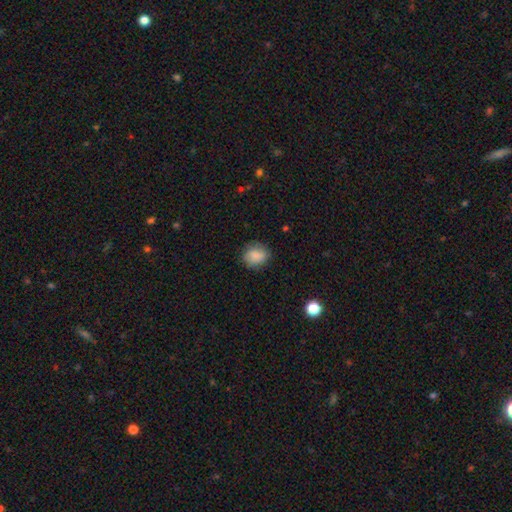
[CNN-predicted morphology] Q: Smooth or featured?
A: smooth (84%); runner-up: star or artifact (8%)
Q: How rounded?
A: round (65%); runner-up: in between (34%)
Q: Merging?
A: none (80%); runner-up: minor disturbance (15%)